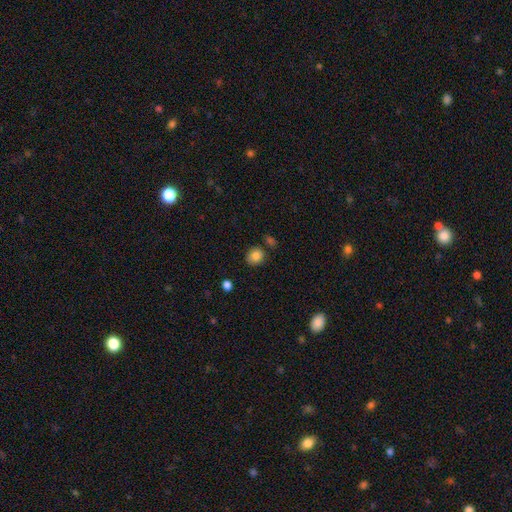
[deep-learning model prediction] This is clearly a smooth galaxy (85%). How rounded: likely round (77%). Merging: likely none (78%).